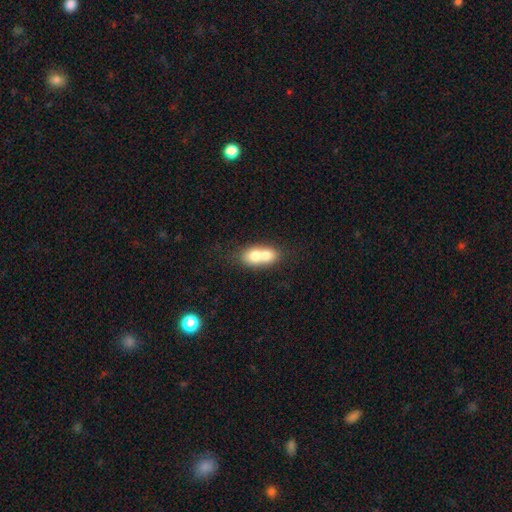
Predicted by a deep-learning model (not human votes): Smooth or featured? Predicted: smooth (p=0.67). How rounded? Predicted: in between (p=0.66). Merging? Predicted: merger (p=0.73).